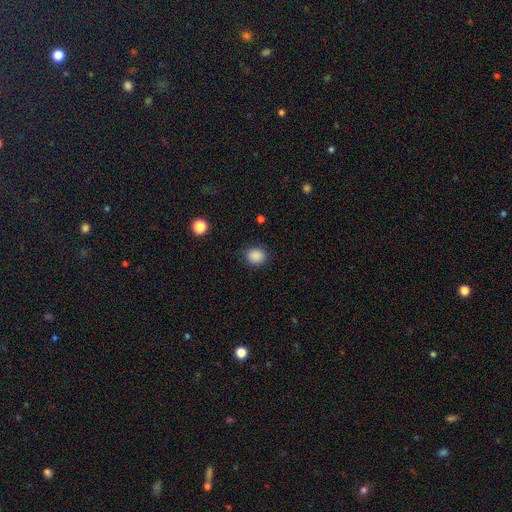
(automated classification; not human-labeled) Smooth or featured? Predicted: smooth (p=0.87). How rounded? Predicted: round (p=0.69). Merging? Predicted: none (p=0.86).